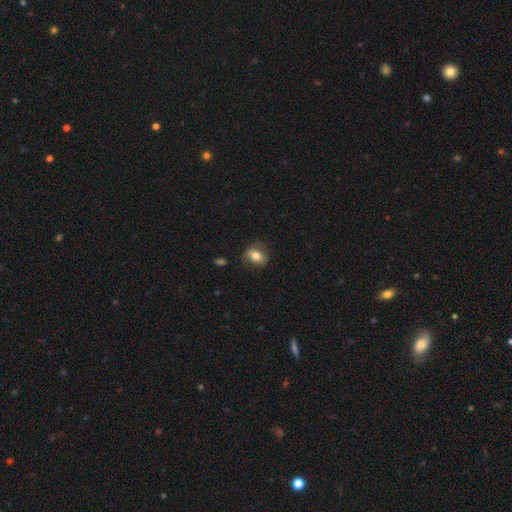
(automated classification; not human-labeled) Smooth or featured?
  - smooth: 71% *
  - featured or disk: 20%
  - star or artifact: 9%
How rounded?
  - in between: 65% *
  - round: 33%
  - cigar-shaped: 2%
Merging?
  - none: 74% *
  - minor disturbance: 18%
  - major disturbance: 7%
  - merger: 1%